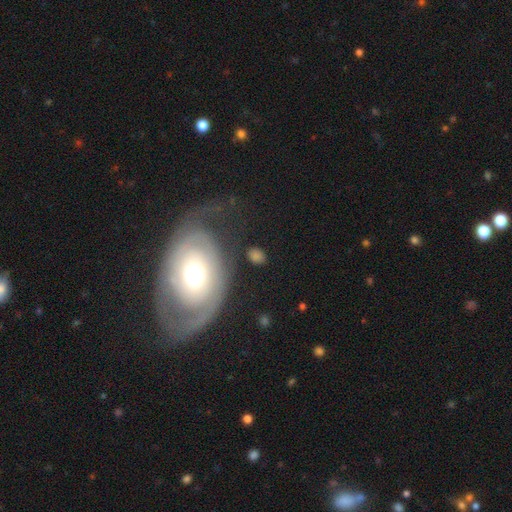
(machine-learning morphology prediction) This appears to be a smooth galaxy with no disk features (47%). Merging: none (60%).